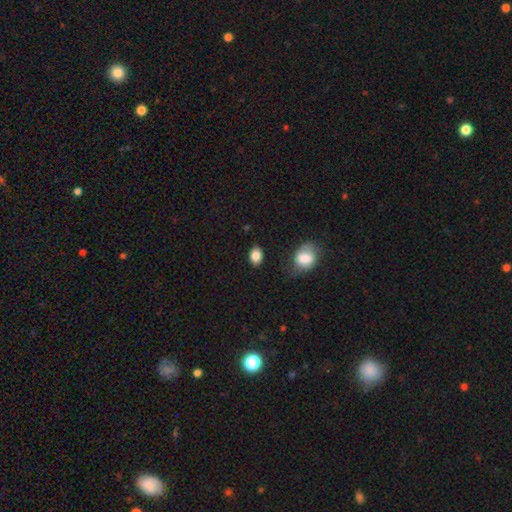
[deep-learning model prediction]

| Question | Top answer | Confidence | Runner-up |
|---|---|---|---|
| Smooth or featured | smooth | 85% | star or artifact (8%) |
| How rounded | in between | 76% | round (23%) |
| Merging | none | 82% | minor disturbance (12%) |